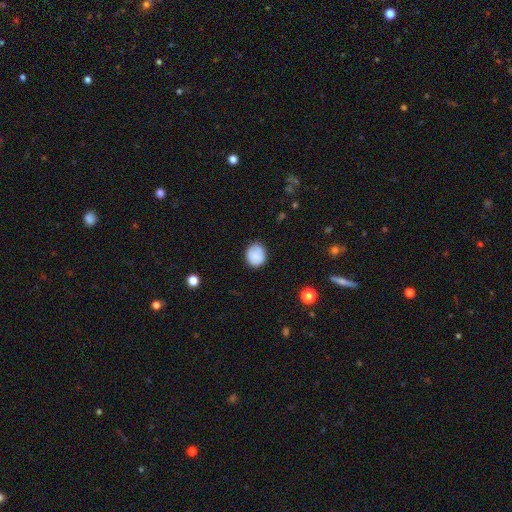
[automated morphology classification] smooth 84%, star or artifact 8%, featured or disk 7%. Down the decision tree: how rounded — round (72%); merging — none (77%).